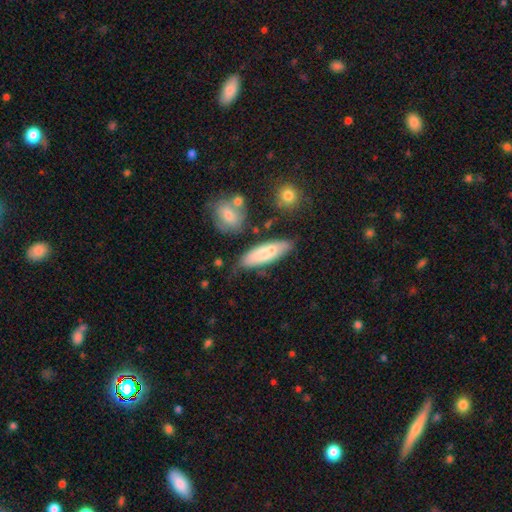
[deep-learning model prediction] Q: Smooth or featured?
A: smooth (71%); runner-up: featured or disk (22%)
Q: How rounded?
A: in between (58%); runner-up: cigar-shaped (40%)
Q: Merging?
A: none (64%); runner-up: minor disturbance (20%)